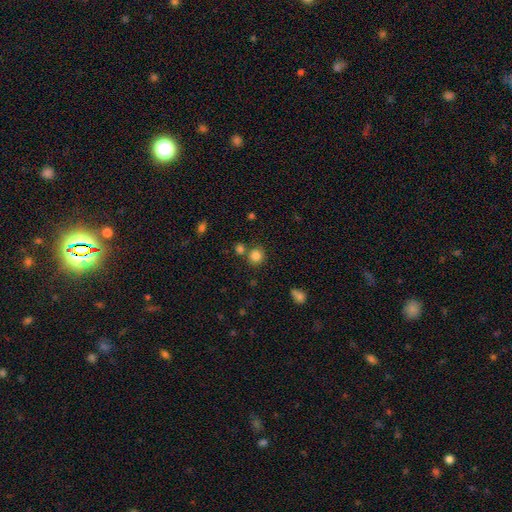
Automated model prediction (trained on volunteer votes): A smooth galaxy with no disk features (83%) that is round (90%). Merging: none (72%).